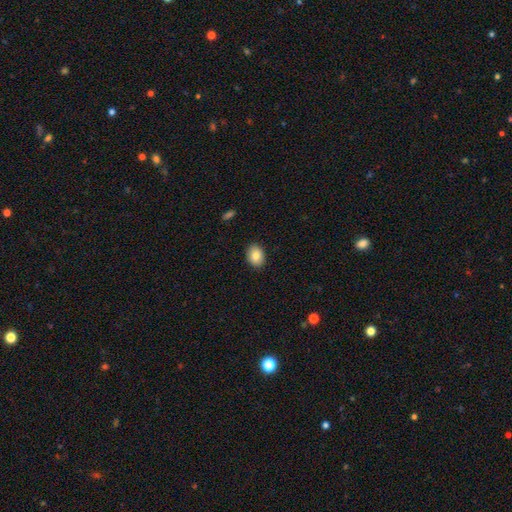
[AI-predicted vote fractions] Smooth or featured? smooth (84%)
How rounded? in between (70%)
Merging? none (90%)